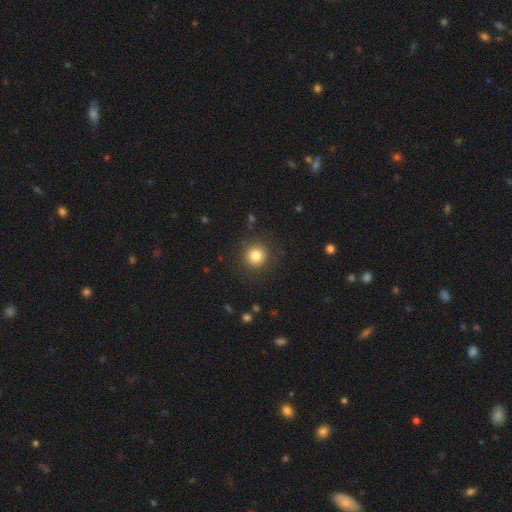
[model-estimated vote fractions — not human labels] This is clearly a smooth galaxy (83%). How rounded: clearly round (93%). Merging: clearly none (89%).